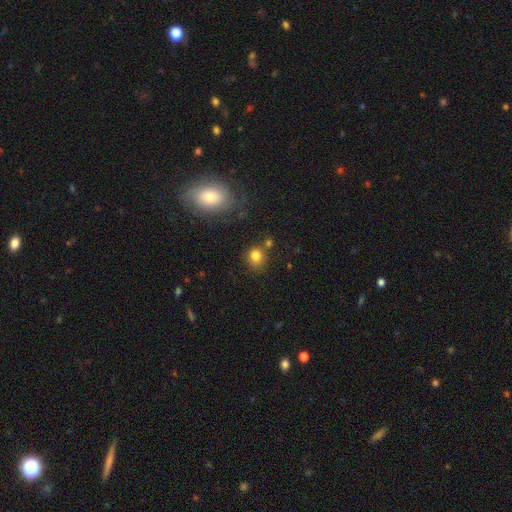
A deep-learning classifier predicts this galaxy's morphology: Q: Smooth or featured?
A: smooth (80%); runner-up: star or artifact (13%)
Q: How rounded?
A: round (78%); runner-up: in between (20%)
Q: Merging?
A: none (73%); runner-up: minor disturbance (12%)